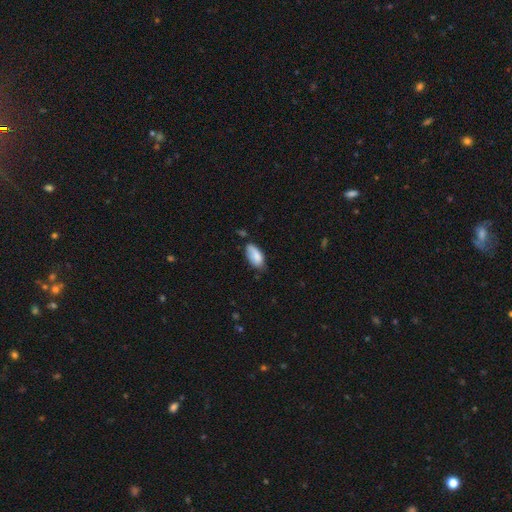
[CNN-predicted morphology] A smooth galaxy with no disk features (82%) that is in between round and cigar-shaped (91%).

Vote fractions:
- Smooth or featured? smooth: 82% / featured or disk: 11% / star or artifact: 7%
- How rounded? in between: 91% / cigar-shaped: 7% / round: 2%
- Merging? none: 59% / minor disturbance: 31% / major disturbance: 6% / merger: 4%